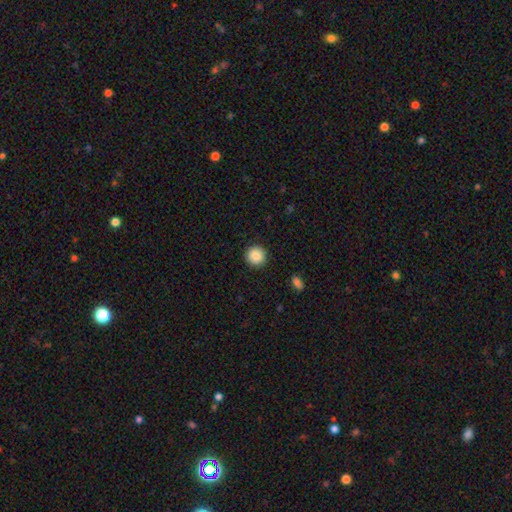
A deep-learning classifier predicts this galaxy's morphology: Smooth or featured? smooth (88%)
How rounded? round (94%)
Merging? none (92%)